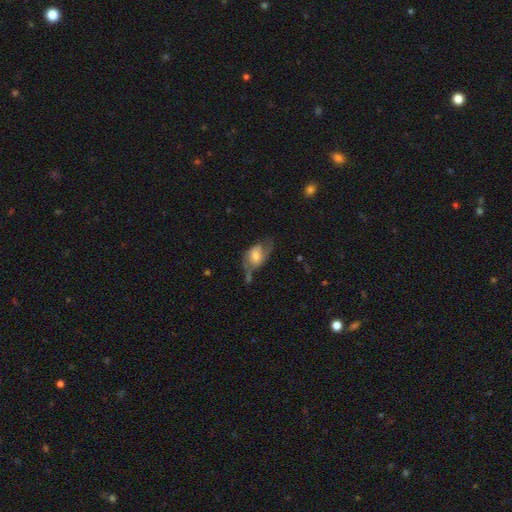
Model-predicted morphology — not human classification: smooth_or_featured: featured or disk (p=0.51) [alt: smooth p=0.42]
disk_edge_on: no (p=0.92) [alt: yes p=0.08]
merging: none (p=0.39) [alt: minor disturbance p=0.28]